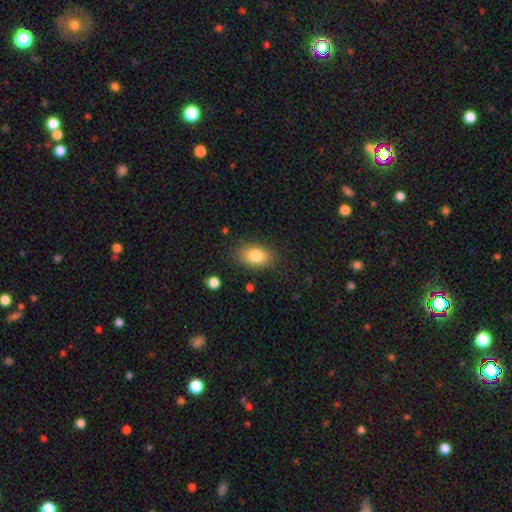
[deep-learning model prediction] A smooth galaxy with no disk features (82%) that is in between round and cigar-shaped (86%). Merging: none (82%).